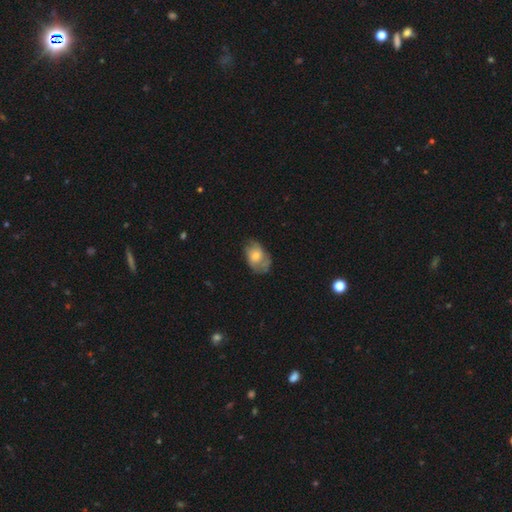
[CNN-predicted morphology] smooth_or_featured: smooth (p=0.55) [alt: featured or disk p=0.37]
how_rounded: in between (p=0.81) [alt: round p=0.18]
merging: none (p=0.52) [alt: minor disturbance p=0.32]